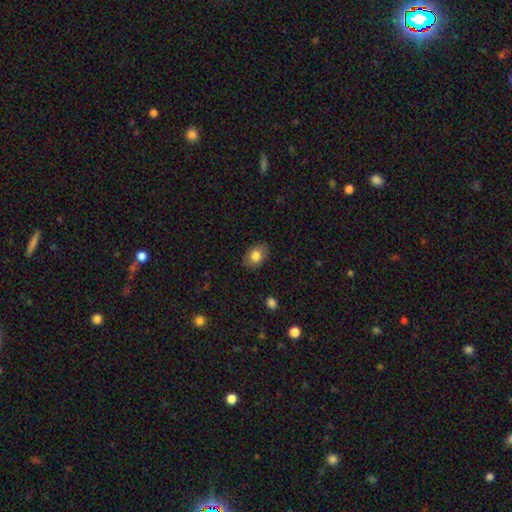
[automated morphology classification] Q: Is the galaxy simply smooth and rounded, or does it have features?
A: smooth — 81%.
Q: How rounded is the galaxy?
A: in between — 78%.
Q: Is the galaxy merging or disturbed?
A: none — 85%.